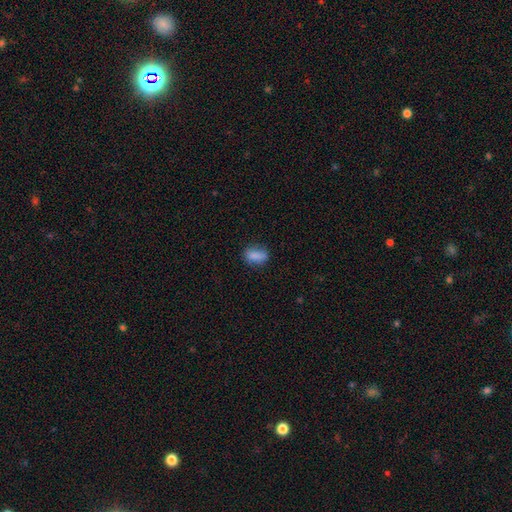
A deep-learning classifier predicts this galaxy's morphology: The model was most divided on "merging": none: 72%, minor disturbance: 21%, major disturbance: 5%, merger: 2%. More confident: smooth or featured — smooth (85%); how rounded — in between (81%).